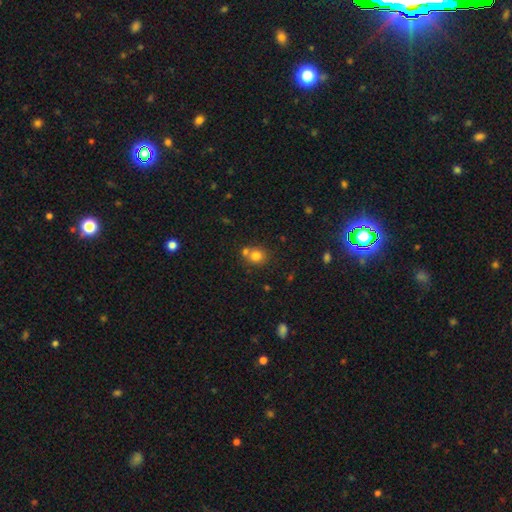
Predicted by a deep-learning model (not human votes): smooth 78%, star or artifact 12%, featured or disk 10%. Down the decision tree: how rounded — round (77%); merging — none (55%).